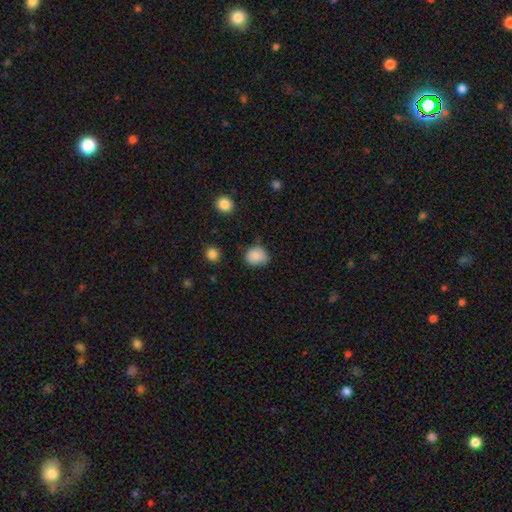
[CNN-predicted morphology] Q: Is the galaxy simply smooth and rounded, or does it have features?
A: smooth — 86%.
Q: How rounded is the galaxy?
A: round — 65%.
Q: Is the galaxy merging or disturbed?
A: none — 67%.